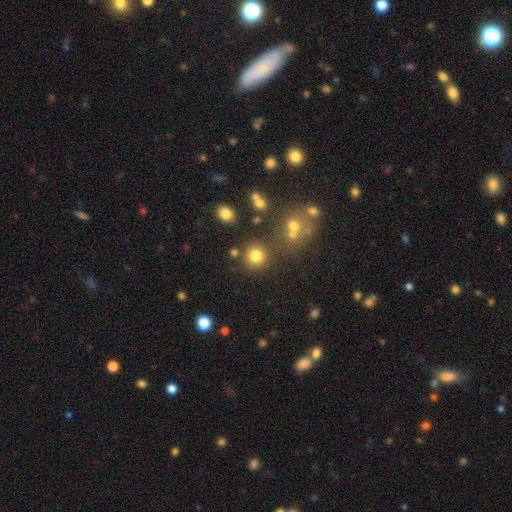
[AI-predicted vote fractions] A smooth galaxy with no disk features (79%) that is round (91%). Merging: none (79%).